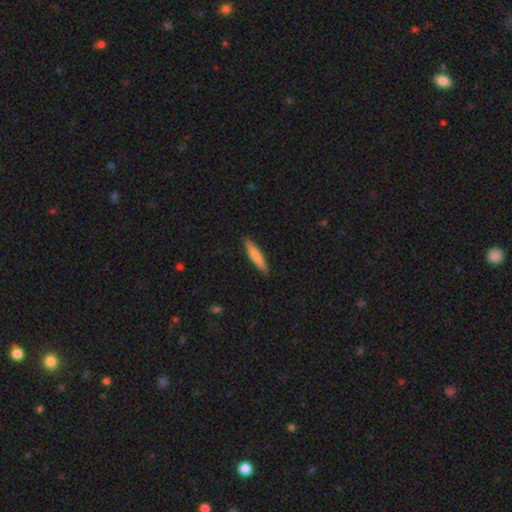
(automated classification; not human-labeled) Smooth or featured?
  - smooth: 76% *
  - featured or disk: 19%
  - star or artifact: 5%
How rounded?
  - cigar-shaped: 90% *
  - in between: 8%
  - round: 1%
Merging?
  - none: 90% *
  - minor disturbance: 7%
  - major disturbance: 2%
  - merger: 1%